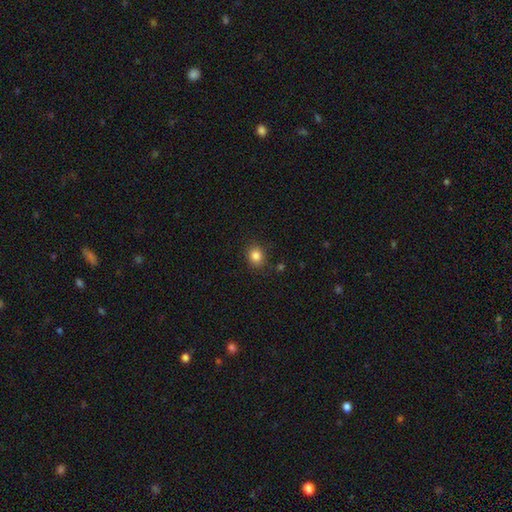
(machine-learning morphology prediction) type=smooth (84%); roundness=round (71%); merging=none (85%).